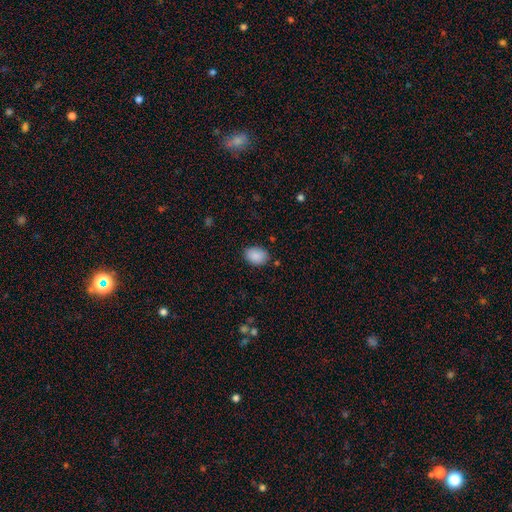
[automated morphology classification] This appears to be a smooth galaxy with no disk features (89%) that is in between round and cigar-shaped (78%). Merging: none (83%).